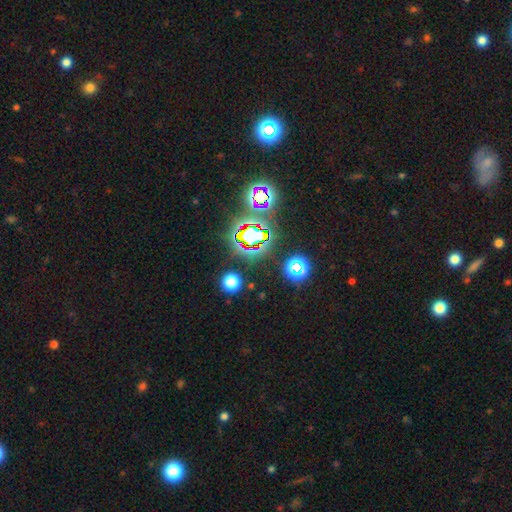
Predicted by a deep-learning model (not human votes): Q: Smooth or featured?
A: star or artifact (79%); runner-up: smooth (14%)